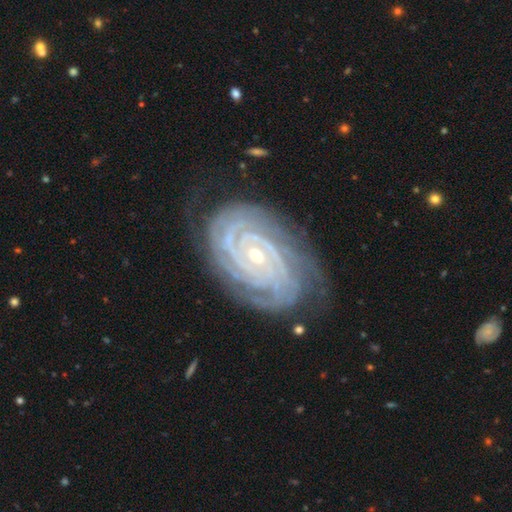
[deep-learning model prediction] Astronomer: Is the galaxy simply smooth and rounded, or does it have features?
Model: featured or disk — 93%.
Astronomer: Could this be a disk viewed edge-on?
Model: no — 97%.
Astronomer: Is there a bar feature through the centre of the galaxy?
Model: no — 54%.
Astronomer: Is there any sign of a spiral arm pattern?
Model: yes — 99%.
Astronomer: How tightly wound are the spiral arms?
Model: tight — 89%.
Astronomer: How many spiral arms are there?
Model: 2 — 25% (runner-up: 3, 22%).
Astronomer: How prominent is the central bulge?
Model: small — 65%.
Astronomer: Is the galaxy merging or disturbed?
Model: none — 78%.